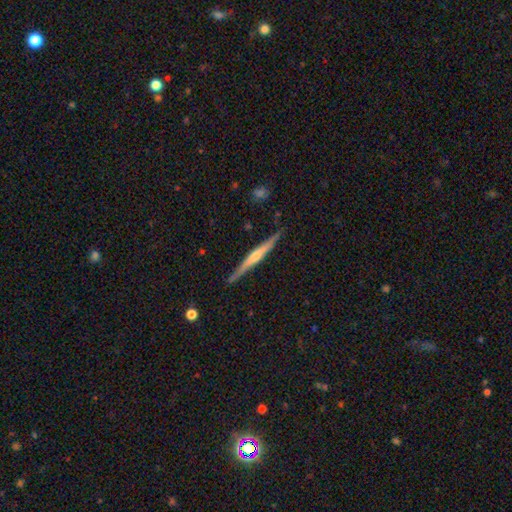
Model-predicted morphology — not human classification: Smooth or featured: featured or disk — 68% (smooth — 26%)
Edge-on disk: yes — 97% (no — 3%)
Edge-on bulge: rounded — 68% (none — 24%)
Merging: none — 87% (minor disturbance — 10%)